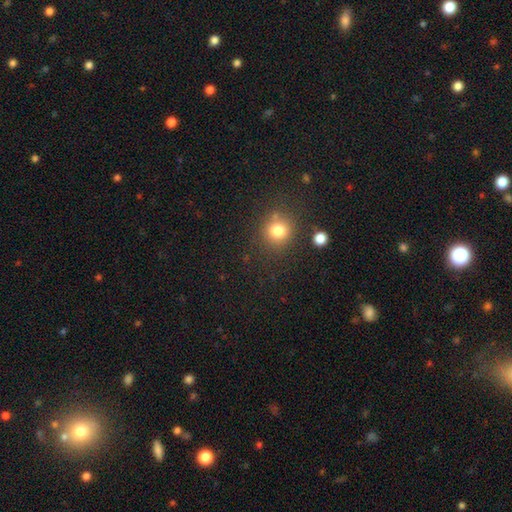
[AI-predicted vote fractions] Smooth or featured: smooth — 66% (star or artifact — 28%)
How rounded: round — 89% (in between — 10%)
Merging: none — 89% (minor disturbance — 6%)